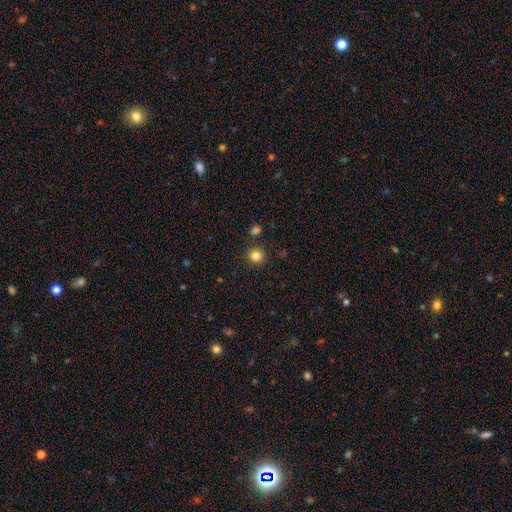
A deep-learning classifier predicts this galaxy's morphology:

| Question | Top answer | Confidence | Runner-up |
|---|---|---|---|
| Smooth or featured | smooth | 83% | star or artifact (12%) |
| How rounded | round | 94% | in between (5%) |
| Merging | none | 89% | minor disturbance (5%) |